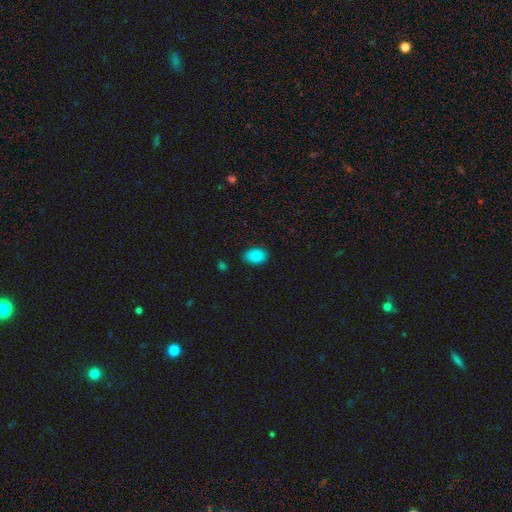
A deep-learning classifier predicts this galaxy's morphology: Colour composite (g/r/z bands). It shows a smooth galaxy with no disk features (88%) that is in between round and cigar-shaped (82%). Merging: none (83%).